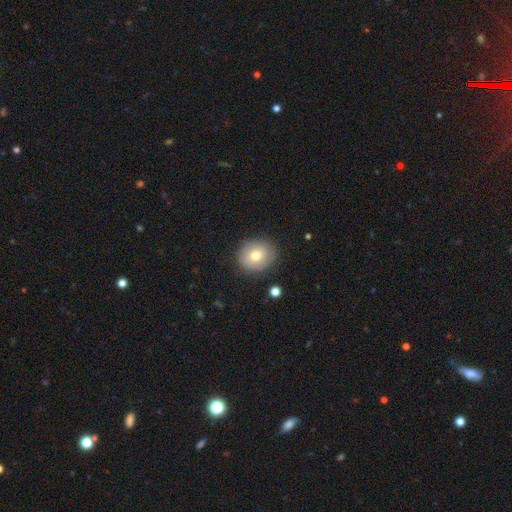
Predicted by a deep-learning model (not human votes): Smooth or featured: smooth — 72% (featured or disk — 18%)
How rounded: round — 73% (in between — 26%)
Merging: none — 85% (minor disturbance — 11%)